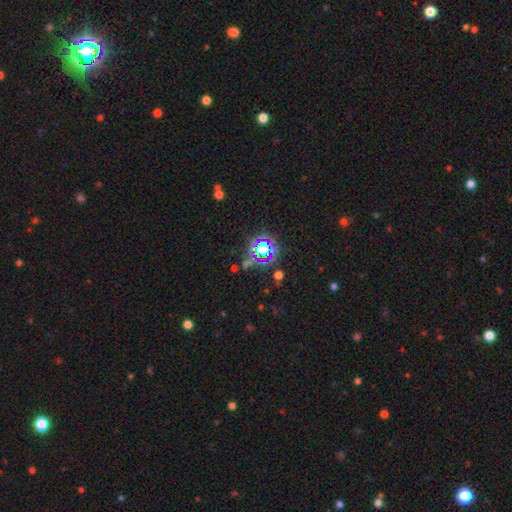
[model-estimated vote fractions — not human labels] A star or artifact, not a galaxy (77%).

Vote fractions:
- Smooth or featured? star or artifact: 77% / smooth: 16% / featured or disk: 8%